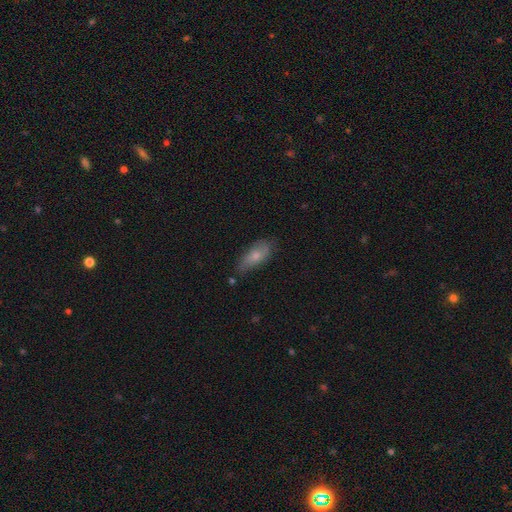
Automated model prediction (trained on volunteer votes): Morphology: type=smooth (69%); roundness=in between (75%); merging=none (64%).